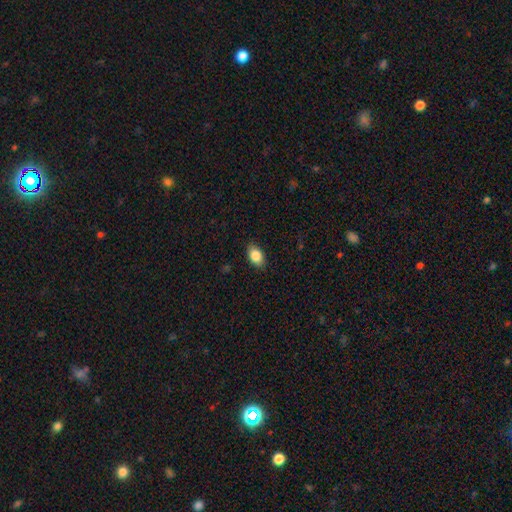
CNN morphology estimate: A smooth galaxy with no disk features (85%) that is in between round and cigar-shaped (85%). Merging: none (85%).